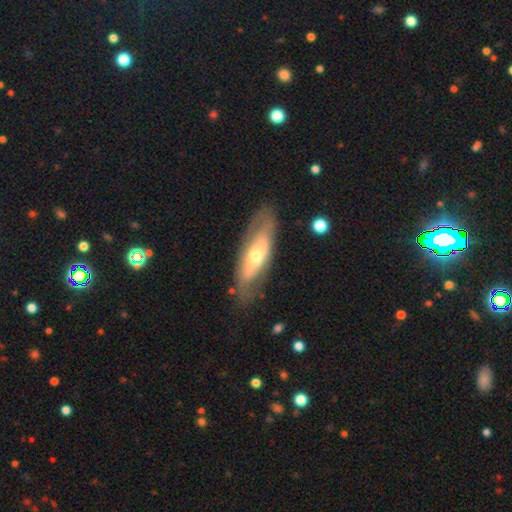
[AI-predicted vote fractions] Smooth or featured: featured or disk — 59% (smooth — 35%)
Edge-on disk: no — 72% (yes — 28%)
Merging: none — 75% (minor disturbance — 17%)